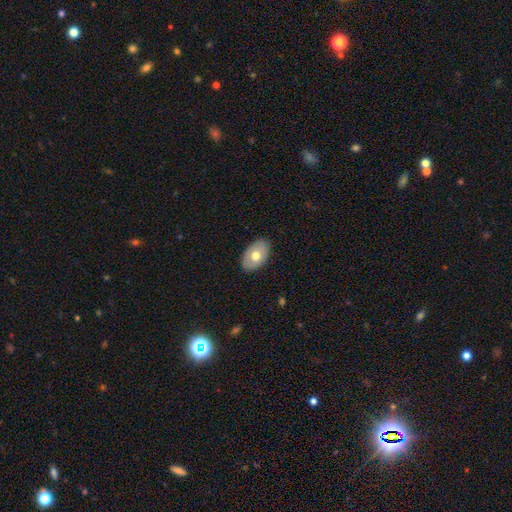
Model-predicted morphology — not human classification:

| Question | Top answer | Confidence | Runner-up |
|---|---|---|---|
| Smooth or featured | smooth | 66% | featured or disk (28%) |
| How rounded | in between | 89% | round (9%) |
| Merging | none | 86% | minor disturbance (11%) |